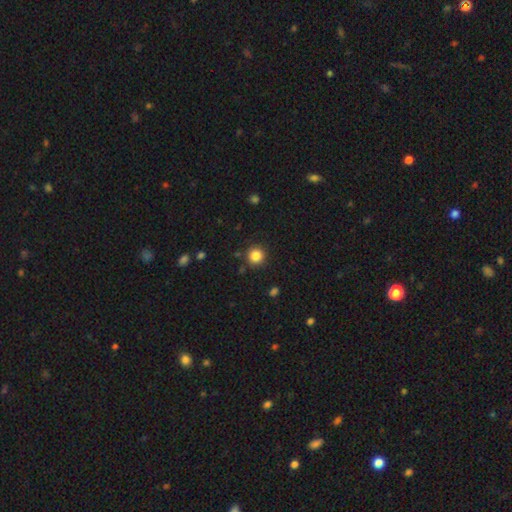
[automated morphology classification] This is clearly a smooth galaxy (85%). How rounded: clearly round (94%). Merging: clearly none (89%).